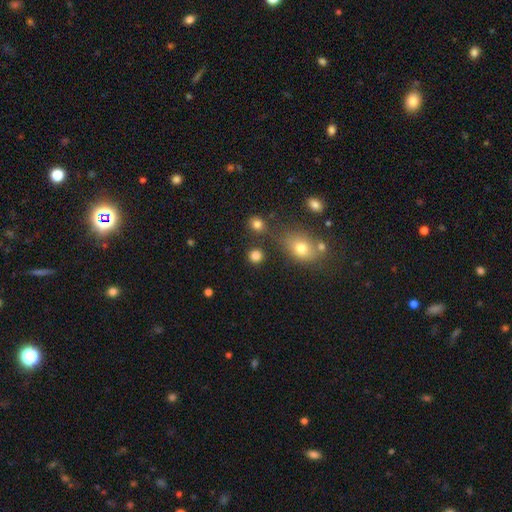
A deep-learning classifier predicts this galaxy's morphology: A smooth galaxy with no disk features (82%) that is round (87%).

Vote fractions:
- Smooth or featured? smooth: 82% / star or artifact: 13% / featured or disk: 5%
- How rounded? round: 87% / in between: 12% / cigar-shaped: 1%
- Merging? none: 82% / merger: 8% / minor disturbance: 8% / major disturbance: 3%